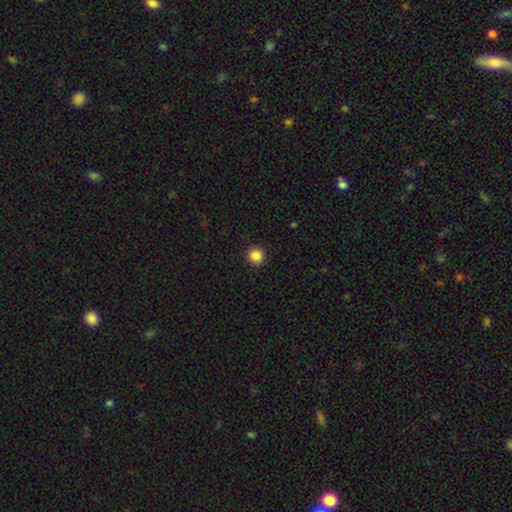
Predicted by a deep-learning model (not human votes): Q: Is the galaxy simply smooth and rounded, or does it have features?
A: smooth — 87%.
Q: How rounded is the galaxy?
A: round — 96%.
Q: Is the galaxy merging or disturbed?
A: none — 93%.